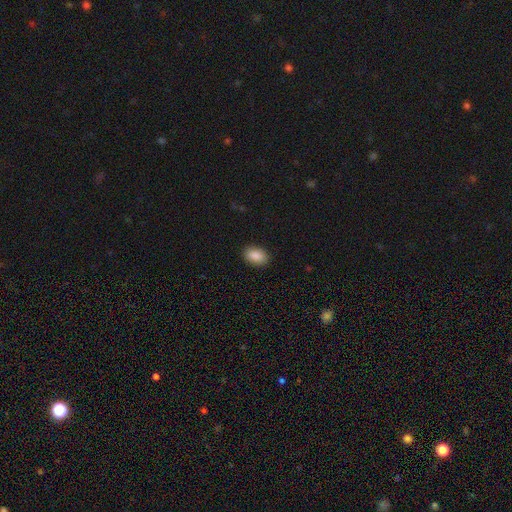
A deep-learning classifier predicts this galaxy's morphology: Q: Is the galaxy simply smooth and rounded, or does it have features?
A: smooth — 88%.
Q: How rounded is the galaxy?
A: in between — 89%.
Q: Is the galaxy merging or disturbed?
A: none — 90%.